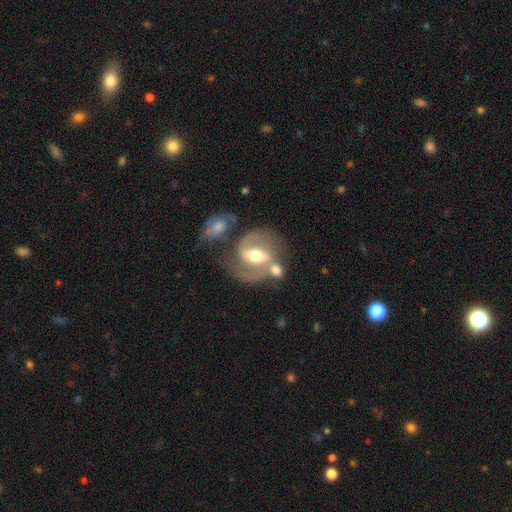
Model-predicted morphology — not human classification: Q: Smooth or featured?
A: featured or disk (82%); runner-up: smooth (12%)
Q: Edge-on disk?
A: no (97%); runner-up: yes (3%)
Q: Bar?
A: strong (47%); runner-up: weak (39%)
Q: Spiral arms?
A: yes (91%); runner-up: no (9%)
Q: Spiral winding?
A: medium (57%); runner-up: tight (23%)
Q: Spiral arm count?
A: 2 (88%); runner-up: can't tell (5%)
Q: Bulge size?
A: moderate (70%); runner-up: small (15%)
Q: Merging?
A: none (52%); runner-up: merger (23%)